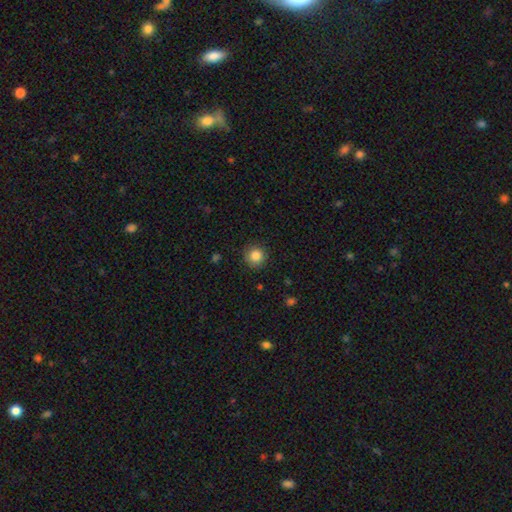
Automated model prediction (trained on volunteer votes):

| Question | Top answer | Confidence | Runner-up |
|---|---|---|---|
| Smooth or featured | smooth | 84% | star or artifact (10%) |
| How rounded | round | 95% | in between (5%) |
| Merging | none | 90% | minor disturbance (7%) |